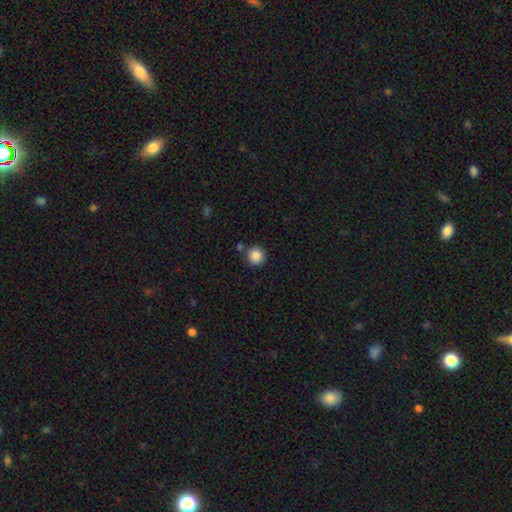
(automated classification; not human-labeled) Smooth or featured?
  - smooth: 86% *
  - star or artifact: 10%
  - featured or disk: 4%
How rounded?
  - round: 95% *
  - in between: 4%
  - cigar-shaped: 1%
Merging?
  - none: 83% *
  - minor disturbance: 7%
  - merger: 7%
  - major disturbance: 2%